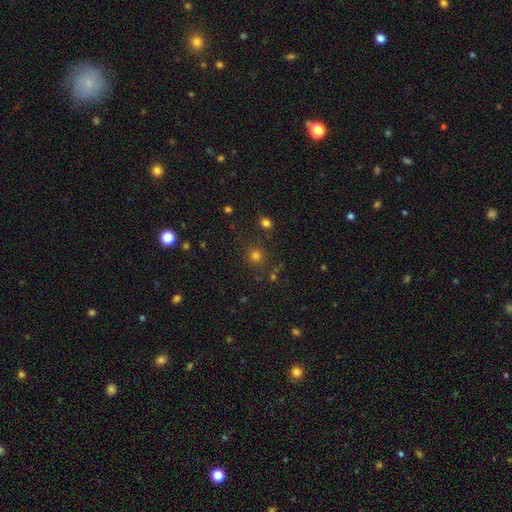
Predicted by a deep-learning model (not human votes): Morphology: type=smooth (69%); roundness=round (91%); merging=none (83%).